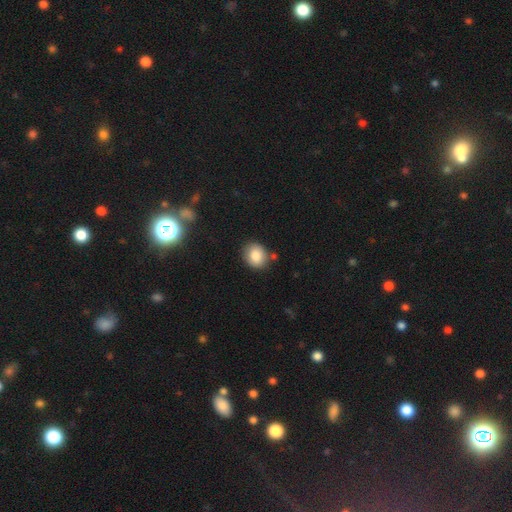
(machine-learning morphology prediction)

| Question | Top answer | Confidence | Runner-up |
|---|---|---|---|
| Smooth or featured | smooth | 84% | star or artifact (9%) |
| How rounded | round | 55% | in between (44%) |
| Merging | none | 79% | minor disturbance (13%) |